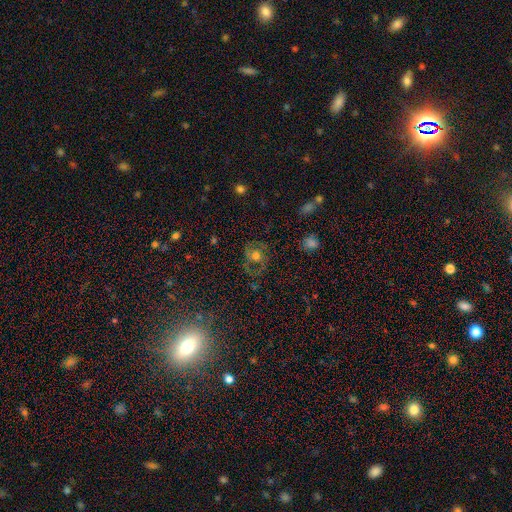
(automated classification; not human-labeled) featured or disk 54%, smooth 29%, star or artifact 16%. Down the decision tree: edge-on disk — no (96%); bar — no (72%); spiral arms — yes (69%); bulge size — moderate (59%); merging — none (69%).